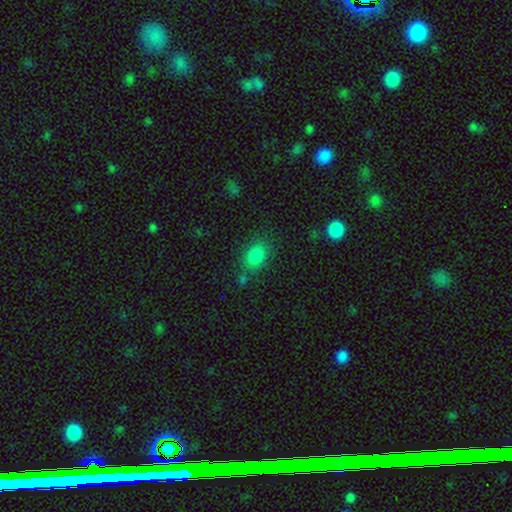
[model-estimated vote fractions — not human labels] This is clearly a smooth galaxy (84%). How rounded: likely in between (71%). Merging: likely none (73%).